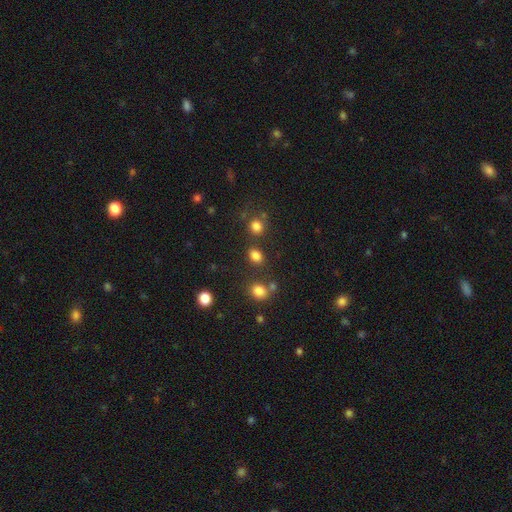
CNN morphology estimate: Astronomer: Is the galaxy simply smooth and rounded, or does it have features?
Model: smooth — 81%.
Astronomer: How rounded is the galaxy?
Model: in between — 58% (runner-up: round, 41%).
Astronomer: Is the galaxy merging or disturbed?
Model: none — 76%.